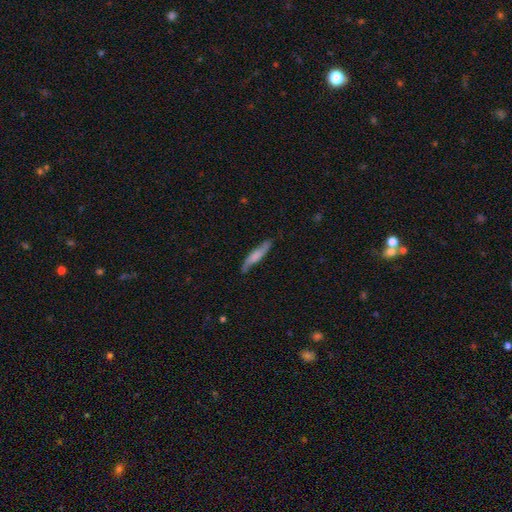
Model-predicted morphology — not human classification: Smooth or featured? smooth (48%)
Merging? none (72%)